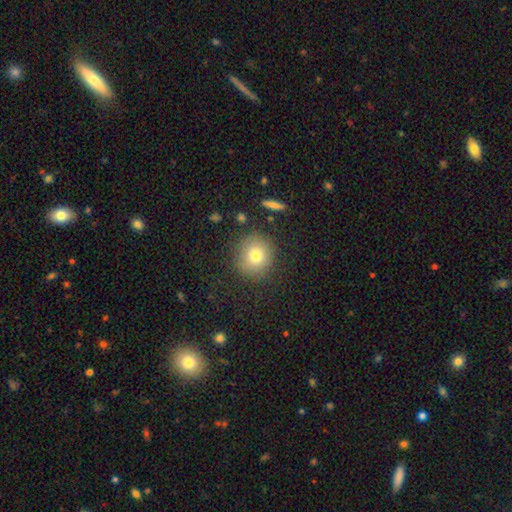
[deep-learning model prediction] Smooth or featured?
  - smooth: 76% *
  - star or artifact: 12%
  - featured or disk: 12%
How rounded?
  - round: 89% *
  - in between: 10%
  - cigar-shaped: 1%
Merging?
  - none: 85% *
  - minor disturbance: 9%
  - major disturbance: 4%
  - merger: 2%